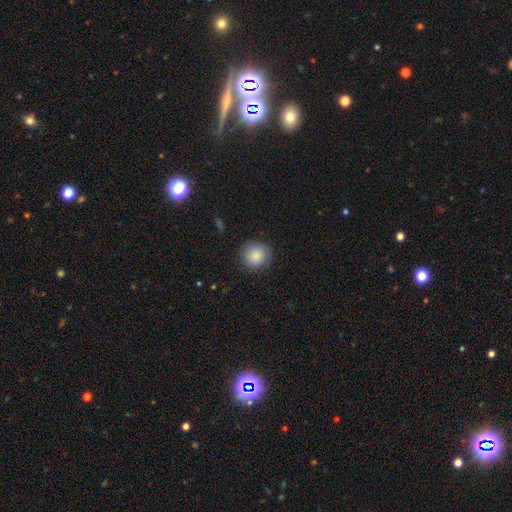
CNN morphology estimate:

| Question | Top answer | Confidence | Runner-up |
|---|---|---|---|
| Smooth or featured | smooth | 88% | star or artifact (8%) |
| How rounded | round | 91% | in between (8%) |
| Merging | none | 88% | minor disturbance (8%) |